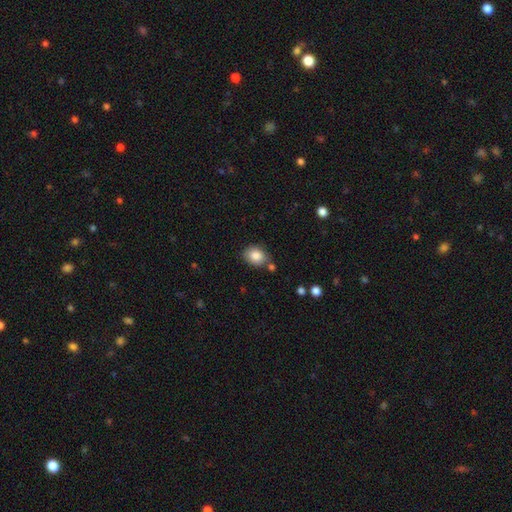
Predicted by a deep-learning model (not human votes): Smooth or featured?
  - smooth: 85% *
  - star or artifact: 8%
  - featured or disk: 7%
How rounded?
  - in between: 54% *
  - round: 45%
  - cigar-shaped: 1%
Merging?
  - none: 75% *
  - minor disturbance: 14%
  - merger: 7%
  - major disturbance: 3%